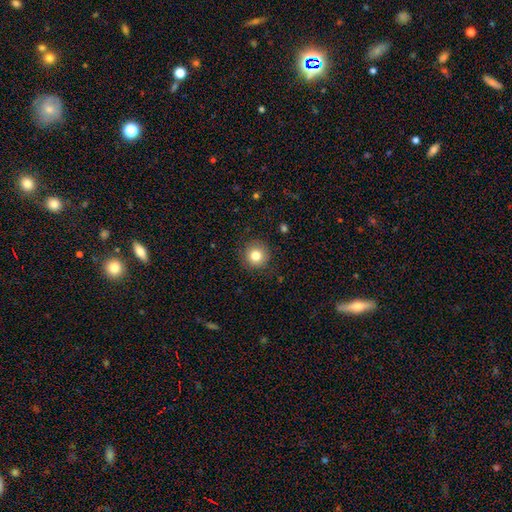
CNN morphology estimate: The model was most divided on "smooth or featured": smooth: 81%, star or artifact: 11%, featured or disk: 9%. More confident: how rounded — round (95%); merging — none (89%).